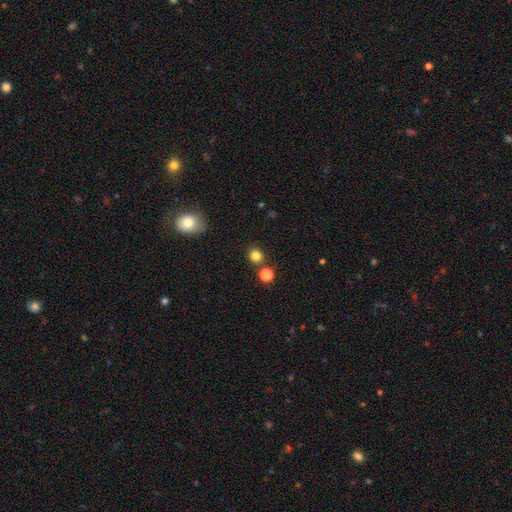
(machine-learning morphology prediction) smooth 81%, star or artifact 14%, featured or disk 5%. Down the decision tree: how rounded — round (86%); merging — none (80%).